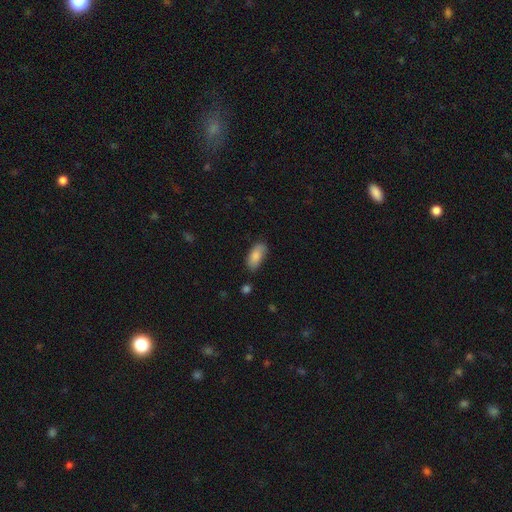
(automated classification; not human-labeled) This is clearly a smooth galaxy (85%). How rounded: clearly in between (88%). Merging: likely none (72%).